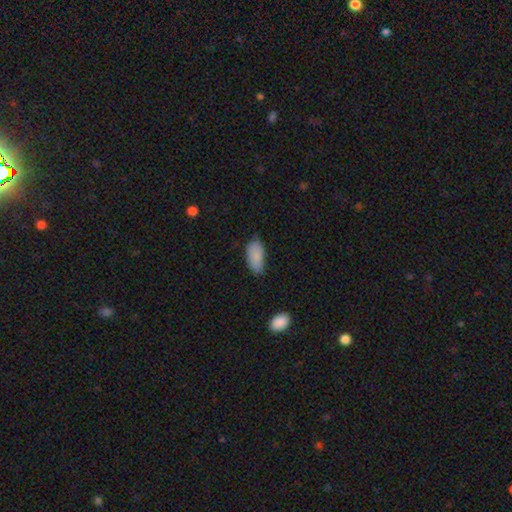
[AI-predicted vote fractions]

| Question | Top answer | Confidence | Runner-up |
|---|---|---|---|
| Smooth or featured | smooth | 87% | featured or disk (7%) |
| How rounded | in between | 92% | cigar-shaped (6%) |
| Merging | none | 69% | minor disturbance (25%) |